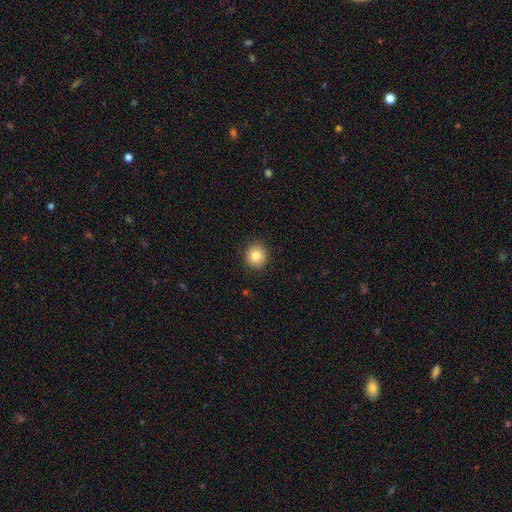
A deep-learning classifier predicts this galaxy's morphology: The model was most divided on "smooth or featured": smooth: 83%, star or artifact: 10%, featured or disk: 7%. More confident: merging — none (92%); how rounded — round (90%).